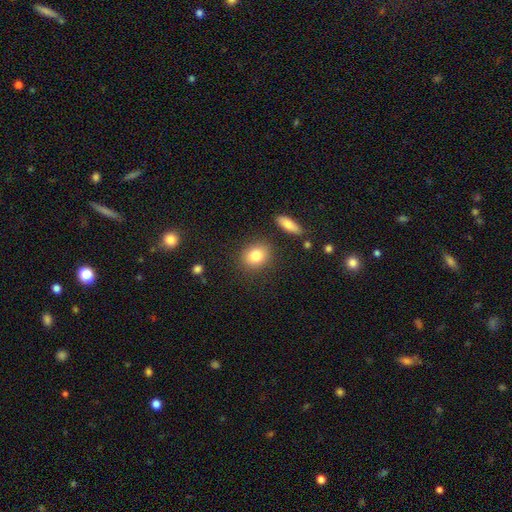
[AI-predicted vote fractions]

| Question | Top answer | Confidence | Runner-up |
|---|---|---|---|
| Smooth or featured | smooth | 82% | star or artifact (9%) |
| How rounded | round | 59% | in between (39%) |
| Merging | none | 84% | minor disturbance (9%) |